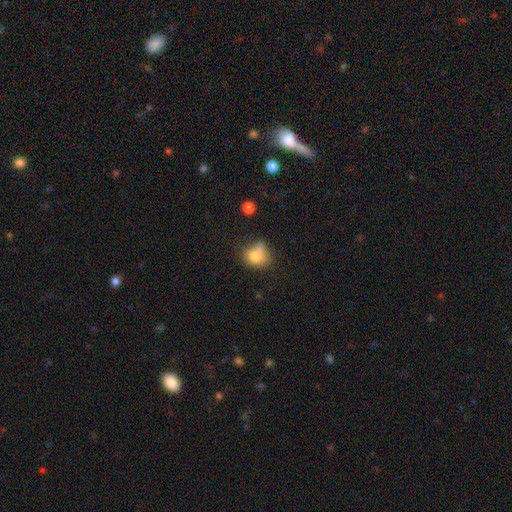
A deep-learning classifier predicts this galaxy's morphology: Q: Smooth or featured?
A: smooth (77%); runner-up: featured or disk (12%)
Q: How rounded?
A: round (58%); runner-up: in between (41%)
Q: Merging?
A: none (41%); runner-up: minor disturbance (24%)